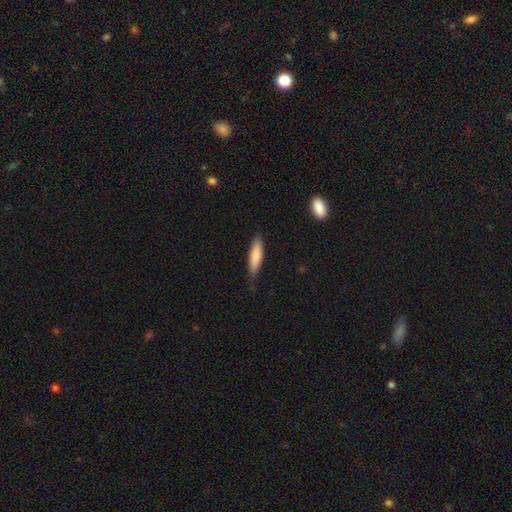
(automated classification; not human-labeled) A smooth galaxy with no disk features (79%) that is cigar-shaped (69%). Merging: none (80%).